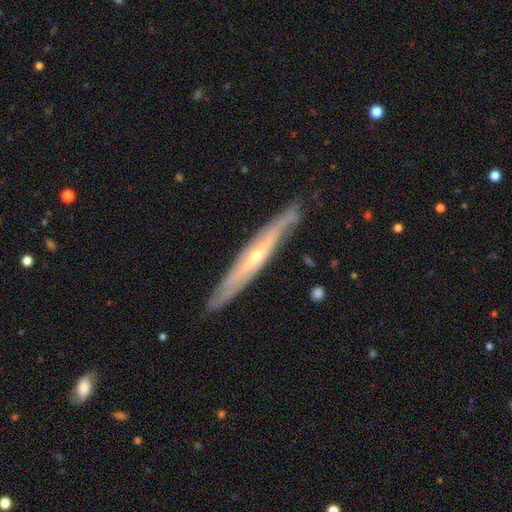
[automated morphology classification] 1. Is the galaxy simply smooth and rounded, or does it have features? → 75% featured or disk, 19% smooth, 6% star or artifact.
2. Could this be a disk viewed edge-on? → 79% yes, 21% no.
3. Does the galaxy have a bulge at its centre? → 67% rounded, 31% none, 2% boxy.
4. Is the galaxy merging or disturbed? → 83% none, 13% minor disturbance, 2% major disturbance, 1% merger.